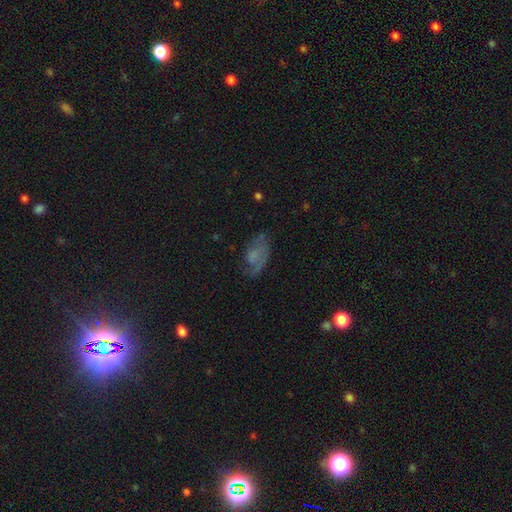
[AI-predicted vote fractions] A featured or disk galaxy (48%).

Vote fractions:
- Smooth or featured? featured or disk: 48% / smooth: 39% / star or artifact: 14%
- Merging? none: 50% / minor disturbance: 25% / major disturbance: 22% / merger: 3%